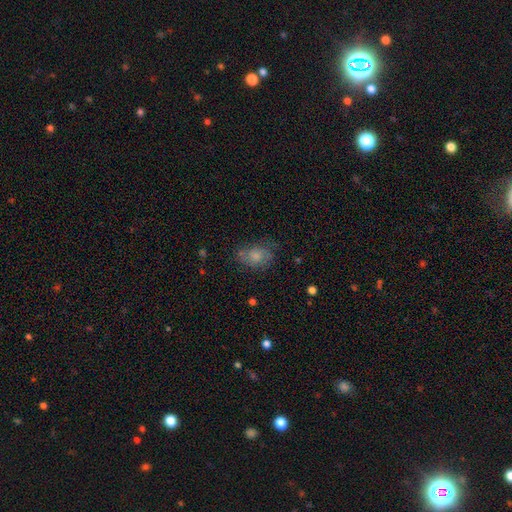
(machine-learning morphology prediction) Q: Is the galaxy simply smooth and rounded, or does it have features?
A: smooth — 61%.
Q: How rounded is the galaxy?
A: in between — 72%.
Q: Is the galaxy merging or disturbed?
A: none — 58%.